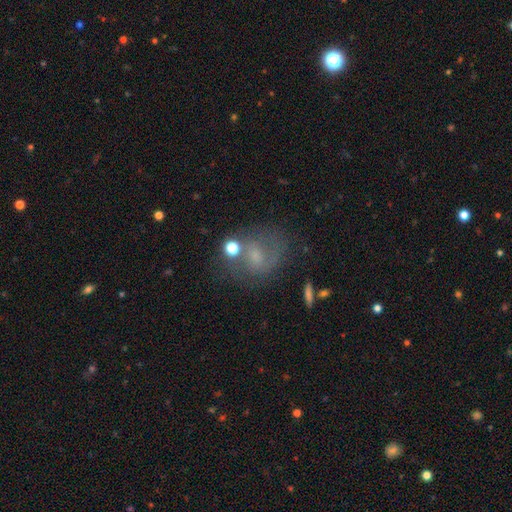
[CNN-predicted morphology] This is marginally a featured or disk galaxy (42%). Merging: possibly none (49%).